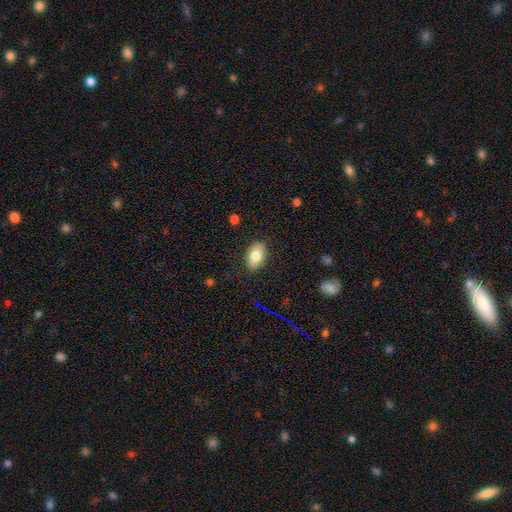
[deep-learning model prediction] smooth-or-featured: smooth: 80% | featured or disk: 13% | star or artifact: 8%
  how-rounded: in between: 89% | round: 9% | cigar-shaped: 2%
  merging: none: 86% | minor disturbance: 10% | major disturbance: 3% | merger: 1%